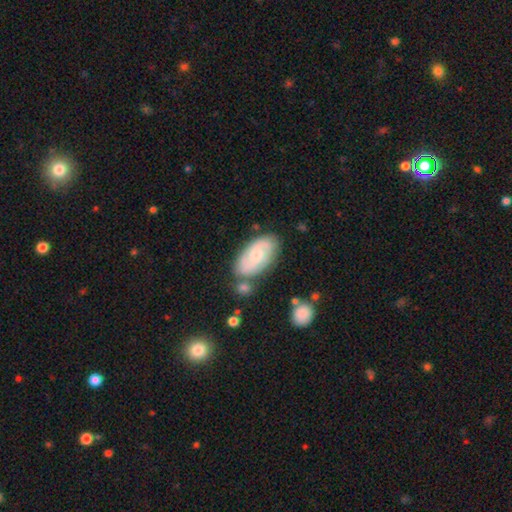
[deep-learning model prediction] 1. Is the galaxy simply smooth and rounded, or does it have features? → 64% featured or disk, 30% smooth, 6% star or artifact.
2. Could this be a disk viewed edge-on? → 95% no, 5% yes.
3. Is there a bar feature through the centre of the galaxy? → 59% no, 36% weak, 5% strong.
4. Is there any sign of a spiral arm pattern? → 90% yes, 10% no.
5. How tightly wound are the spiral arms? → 43% tight, 42% medium, 14% loose.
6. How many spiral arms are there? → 72% 2, 17% can't tell, 6% 3, 3% 1, 2% 4, 2% more than 4.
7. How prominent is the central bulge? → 44% moderate, 42% small, 7% none, 6% large, 2% dominant.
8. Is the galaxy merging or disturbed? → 69% none, 17% minor disturbance, 9% merger, 5% major disturbance.